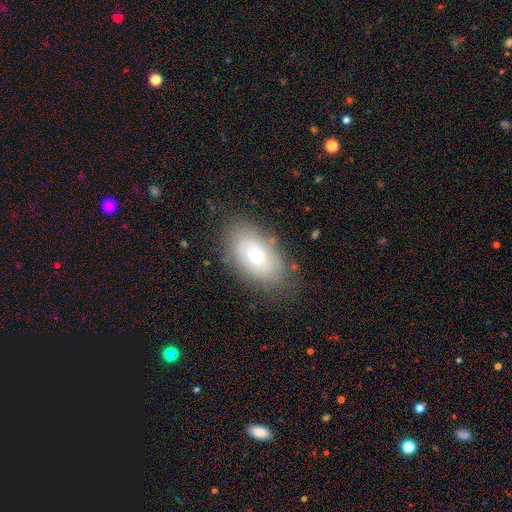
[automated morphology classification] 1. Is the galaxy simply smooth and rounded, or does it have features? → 61% smooth, 30% featured or disk, 9% star or artifact.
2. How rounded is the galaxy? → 93% in between, 5% round, 2% cigar-shaped.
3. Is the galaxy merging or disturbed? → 76% none, 16% minor disturbance, 5% major disturbance, 2% merger.